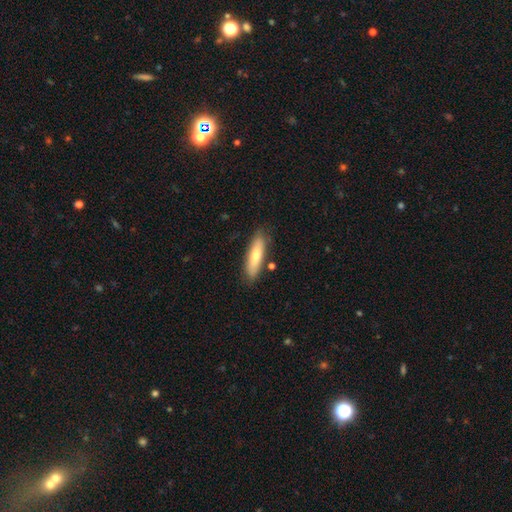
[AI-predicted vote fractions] Morphology: type=smooth (68%); roundness=cigar-shaped (63%); merging=none (81%).